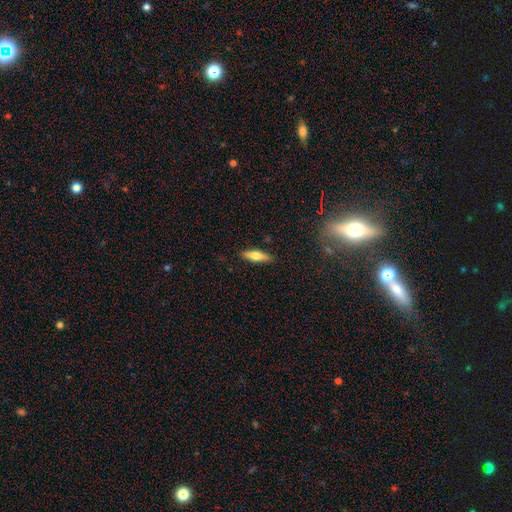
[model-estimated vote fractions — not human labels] A smooth galaxy with no disk features (60%) that is cigar-shaped (62%). Merging: none (88%).